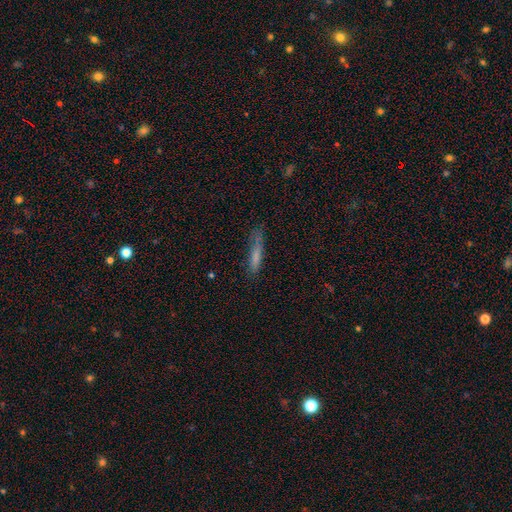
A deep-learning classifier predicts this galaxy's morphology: This appears to be a smooth galaxy with no disk features (72%) that is cigar-shaped (85%). Merging: none (65%).